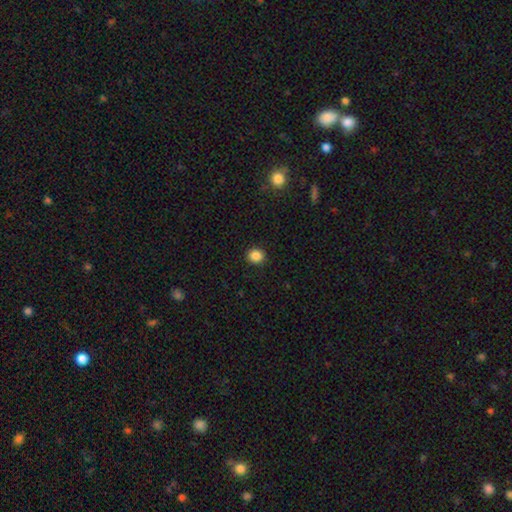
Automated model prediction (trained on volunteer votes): Overall: smooth (86%). How rounded: round (86%). Merging: none (92%).